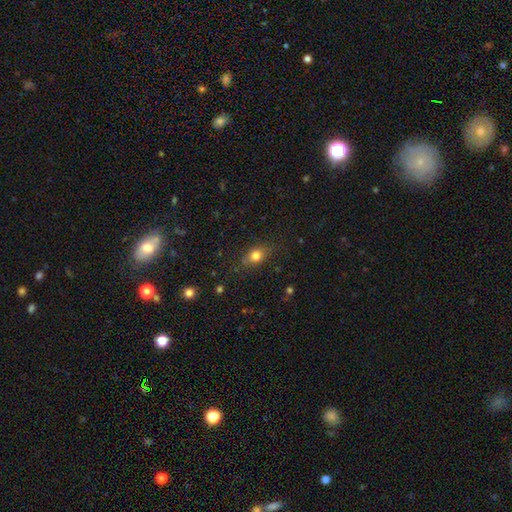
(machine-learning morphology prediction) Q: Smooth or featured?
A: smooth (78%); runner-up: star or artifact (11%)
Q: How rounded?
A: in between (65%); runner-up: round (31%)
Q: Merging?
A: none (78%); runner-up: minor disturbance (16%)